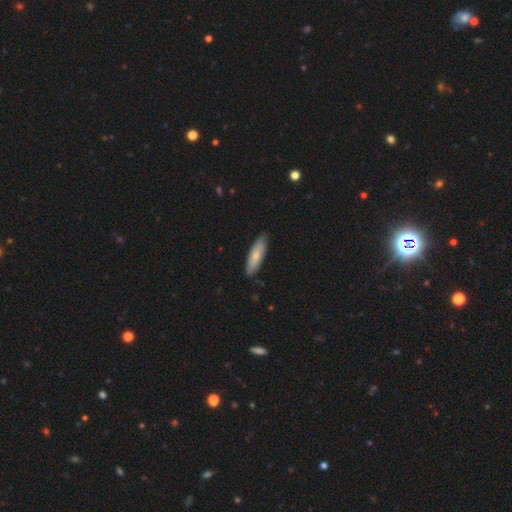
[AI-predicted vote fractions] A smooth galaxy with no disk features (76%) that is cigar-shaped (55%).

Vote fractions:
- Smooth or featured? smooth: 76% / featured or disk: 18% / star or artifact: 5%
- How rounded? cigar-shaped: 55% / in between: 43% / round: 1%
- Merging? none: 85% / minor disturbance: 12% / major disturbance: 2% / merger: 1%